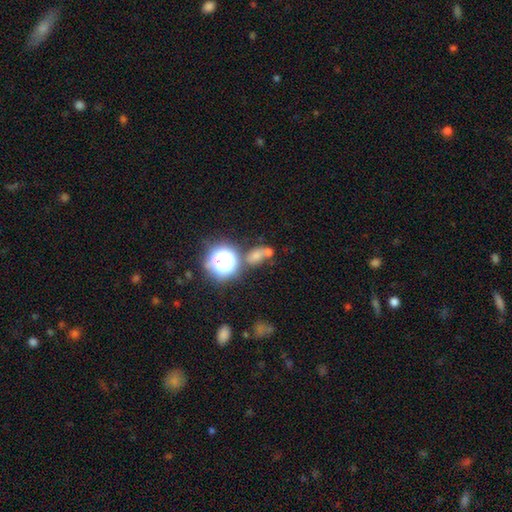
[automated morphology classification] Q: Smooth or featured?
A: smooth (58%); runner-up: star or artifact (28%)
Q: How rounded?
A: in between (54%); runner-up: round (43%)
Q: Merging?
A: none (44%); runner-up: merger (35%)